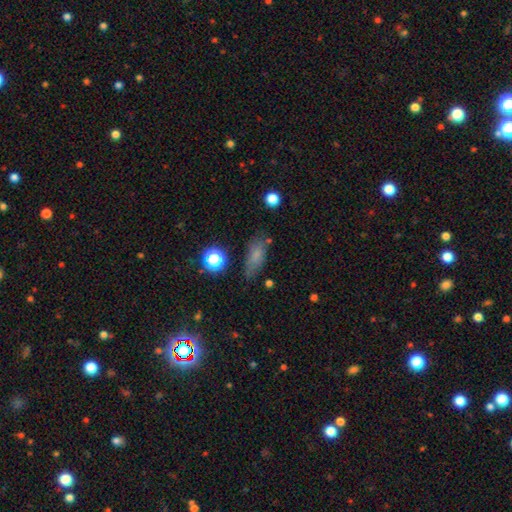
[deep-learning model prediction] This is likely a smooth galaxy (70%). How rounded: likely in between (71%). Merging: likely none (67%).